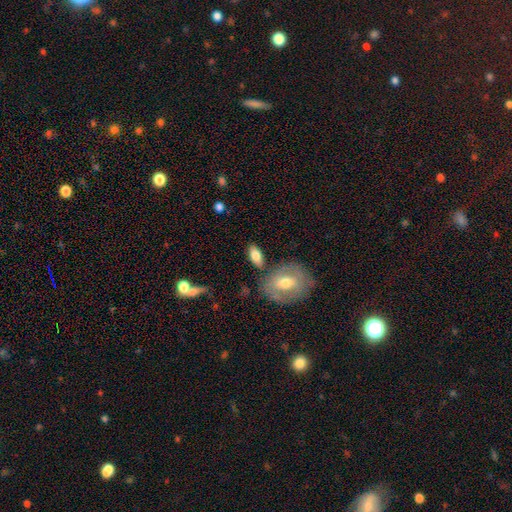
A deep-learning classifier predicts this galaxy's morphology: This appears to be a smooth galaxy with no disk features (75%) that is in between round and cigar-shaped (85%). Merging: none (77%).